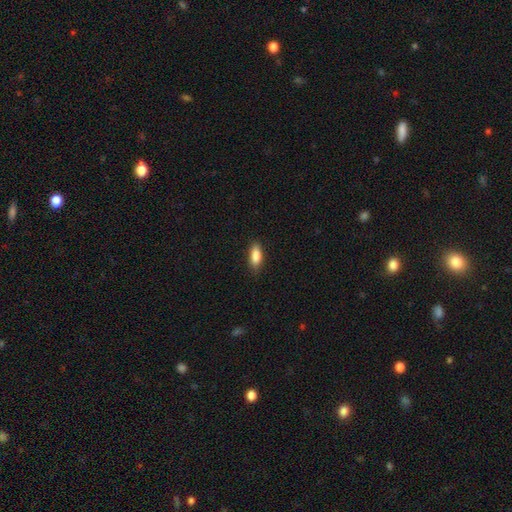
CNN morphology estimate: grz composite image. It shows a smooth galaxy with no disk features (88%) that is in between round and cigar-shaped (79%). Merging: none (85%).